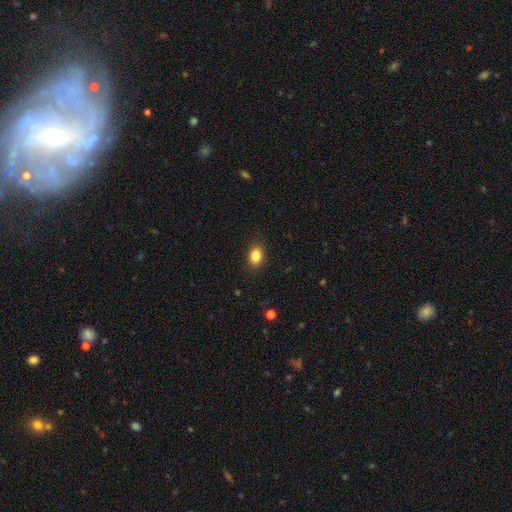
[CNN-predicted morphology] smooth_or_featured: smooth (p=0.84) [alt: star or artifact p=0.09]
how_rounded: in between (p=0.76) [alt: round p=0.23]
merging: none (p=0.88) [alt: minor disturbance p=0.09]